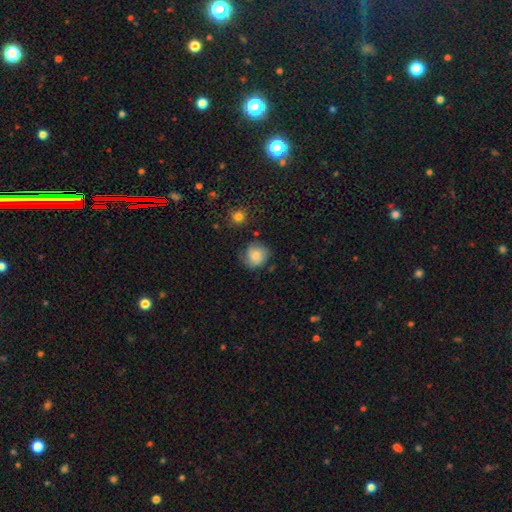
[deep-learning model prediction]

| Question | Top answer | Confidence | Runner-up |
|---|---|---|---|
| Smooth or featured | smooth | 58% | featured or disk (34%) |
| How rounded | round | 84% | in between (15%) |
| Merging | none | 64% | minor disturbance (24%) |